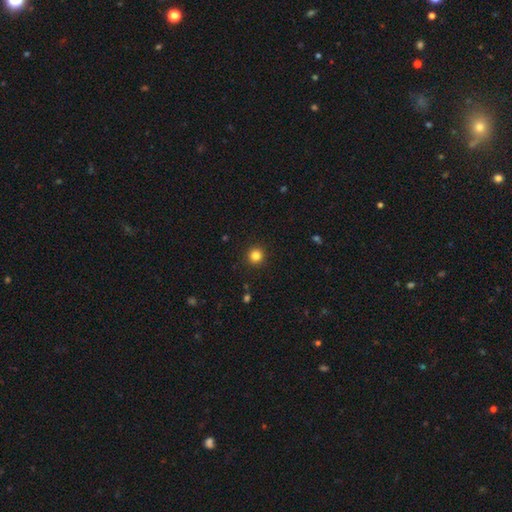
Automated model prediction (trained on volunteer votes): A smooth galaxy with no disk features (83%) that is round (95%).

Vote fractions:
- Smooth or featured? smooth: 83% / star or artifact: 13% / featured or disk: 4%
- How rounded? round: 95% / in between: 4% / cigar-shaped: 1%
- Merging? none: 93% / minor disturbance: 5% / major disturbance: 2% / merger: 1%